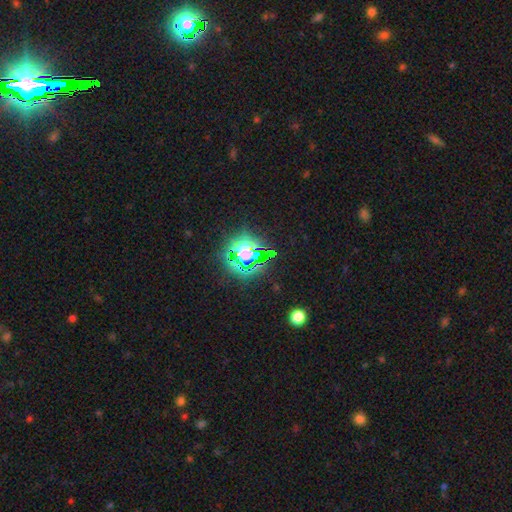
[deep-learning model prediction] Smooth or featured?
  - star or artifact: 76% *
  - smooth: 14%
  - featured or disk: 10%